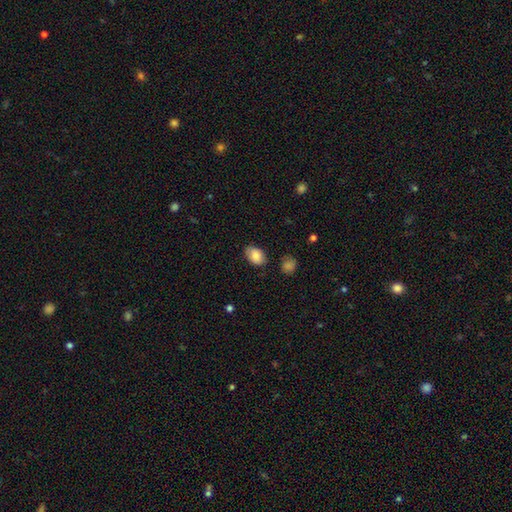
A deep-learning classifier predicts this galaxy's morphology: smooth-or-featured: smooth: 86% | star or artifact: 7% | featured or disk: 7%
  how-rounded: in between: 87% | round: 12% | cigar-shaped: 1%
  merging: none: 79% | minor disturbance: 16% | major disturbance: 3% | merger: 2%